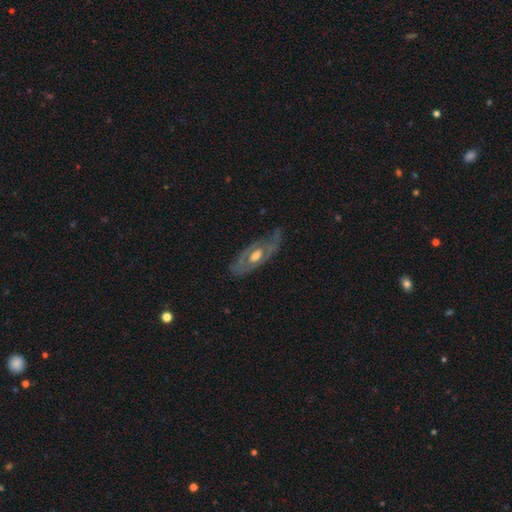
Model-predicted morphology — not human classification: smooth-or-featured: featured or disk: 72% | smooth: 19% | star or artifact: 8%
  disk-edge-on: no: 79% | yes: 21%
    bar: no: 73% | weak: 21% | strong: 6%
    has-spiral-arms: yes: 64% | no: 36%
    bulge-size: moderate: 72% | small: 16% | large: 10% | none: 1% | dominant: 1%
  merging: none: 76% | minor disturbance: 17% | major disturbance: 6% | merger: 1%